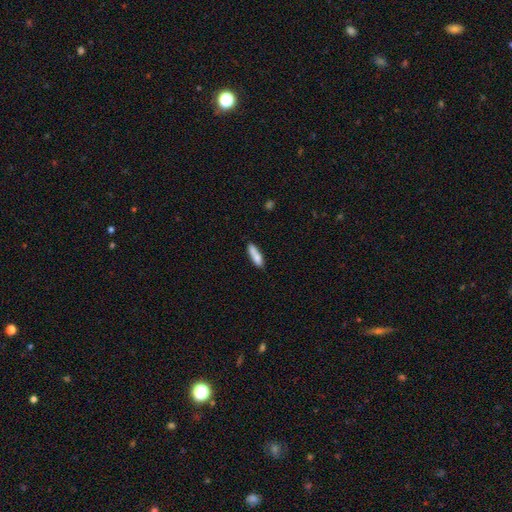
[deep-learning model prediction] Smooth or featured? Predicted: smooth (p=0.80). How rounded? Predicted: cigar-shaped (p=0.62). Merging? Predicted: none (p=0.68).